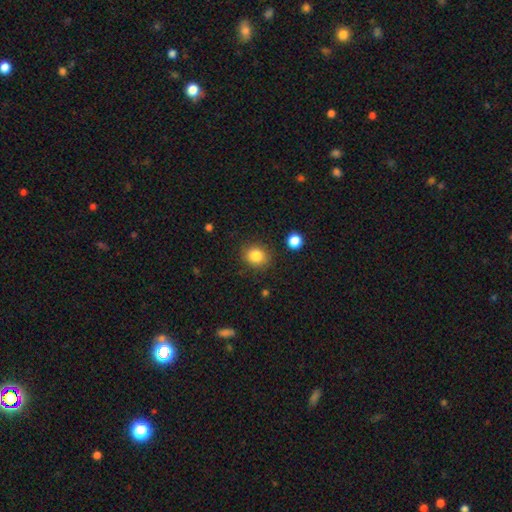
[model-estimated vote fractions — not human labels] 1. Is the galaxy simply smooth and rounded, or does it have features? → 84% smooth, 10% star or artifact, 6% featured or disk.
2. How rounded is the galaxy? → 72% round, 27% in between, 1% cigar-shaped.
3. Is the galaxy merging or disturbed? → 85% none, 10% minor disturbance, 3% major disturbance, 2% merger.